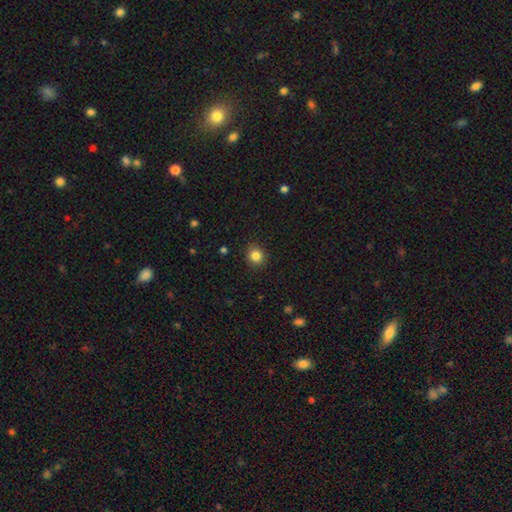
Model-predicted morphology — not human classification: type=smooth (84%); roundness=round (89%); merging=none (91%).